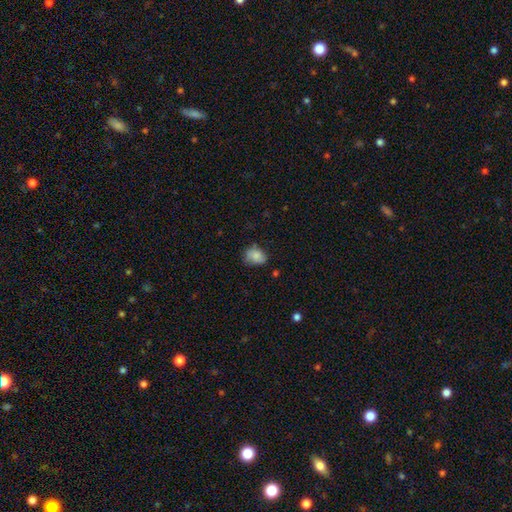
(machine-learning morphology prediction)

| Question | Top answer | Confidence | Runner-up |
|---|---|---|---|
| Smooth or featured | smooth | 80% | featured or disk (11%) |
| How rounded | in between | 61% | round (38%) |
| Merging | none | 59% | minor disturbance (31%) |